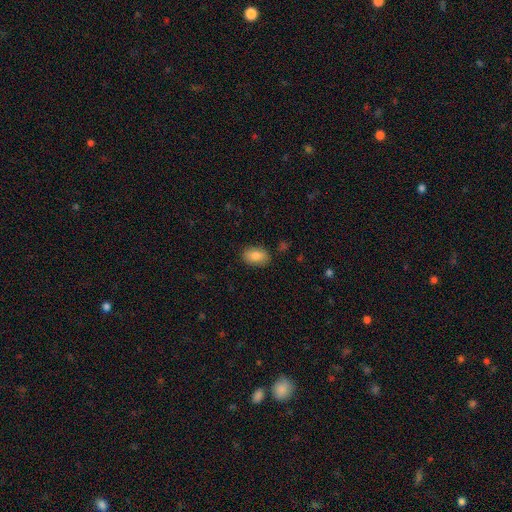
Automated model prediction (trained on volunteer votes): Smooth or featured: smooth — 86% (star or artifact — 7%)
How rounded: in between — 90% (round — 9%)
Merging: none — 86% (minor disturbance — 10%)